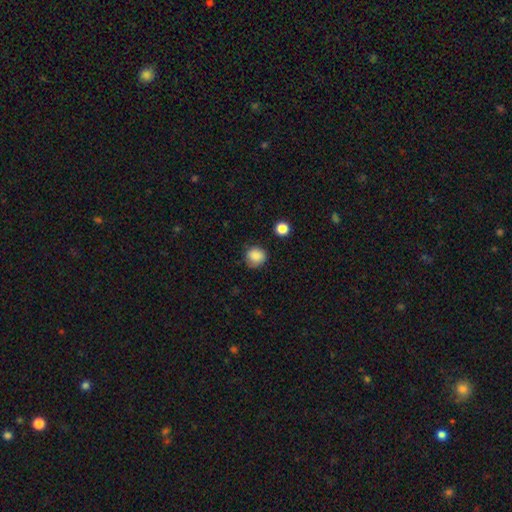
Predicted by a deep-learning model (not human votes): smooth_or_featured: smooth (p=0.86) [alt: star or artifact p=0.09]
how_rounded: round (p=0.85) [alt: in between p=0.14]
merging: none (p=0.79) [alt: minor disturbance p=0.16]